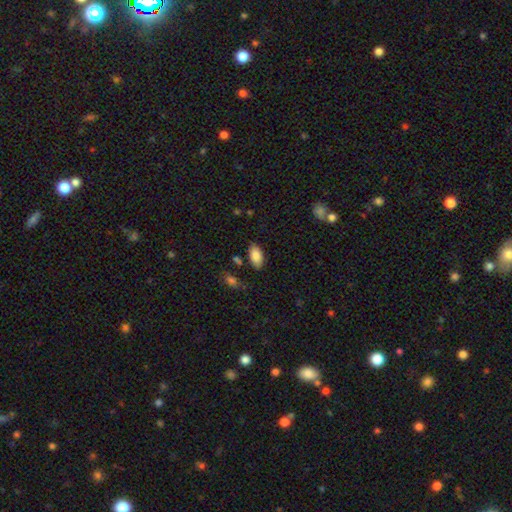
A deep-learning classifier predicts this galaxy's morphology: Overall: smooth (85%). How rounded: in between (94%). Merging: none (81%).